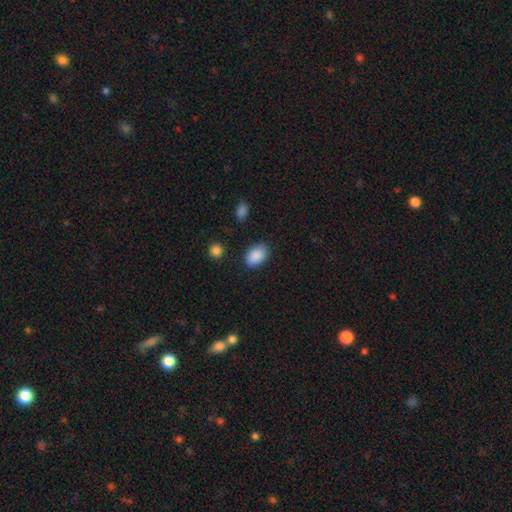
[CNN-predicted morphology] A smooth galaxy with no disk features (89%) that is in between round and cigar-shaped (87%).

Vote fractions:
- Smooth or featured? smooth: 89% / star or artifact: 7% / featured or disk: 4%
- How rounded? in between: 87% / round: 12% / cigar-shaped: 1%
- Merging? none: 85% / minor disturbance: 11% / major disturbance: 3% / merger: 2%